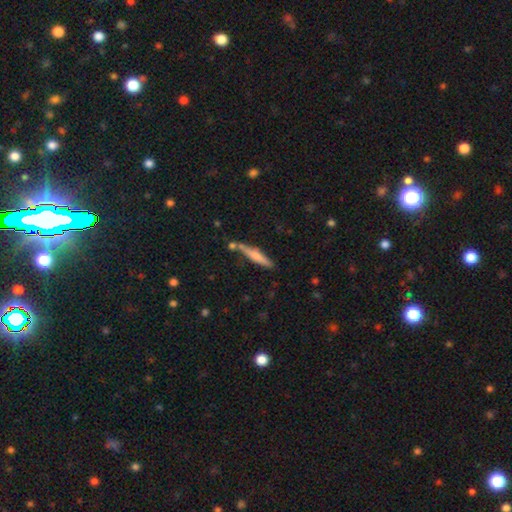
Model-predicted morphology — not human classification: Overall: smooth (57%; featured or disk 37%). How rounded: cigar-shaped (91%). Merging: none (70%).